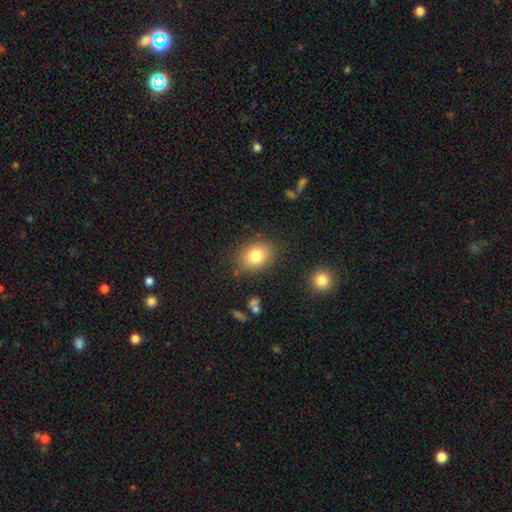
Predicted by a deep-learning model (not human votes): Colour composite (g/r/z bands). It shows a smooth galaxy with no disk features (82%) that is in between round and cigar-shaped (65%). Merging: none (82%).